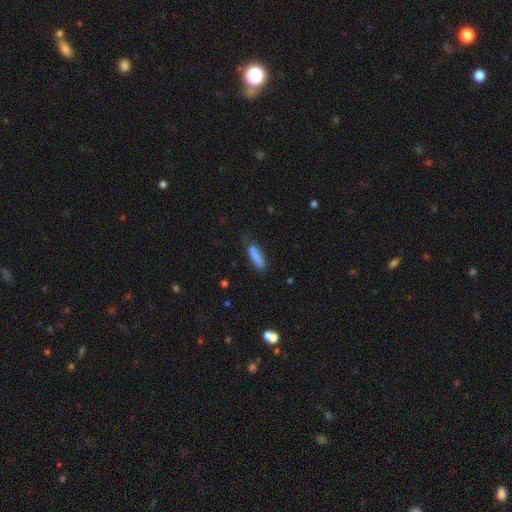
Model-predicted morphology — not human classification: This appears to be a smooth galaxy with no disk features (85%) that is cigar-shaped (62%). Merging: none (62%).